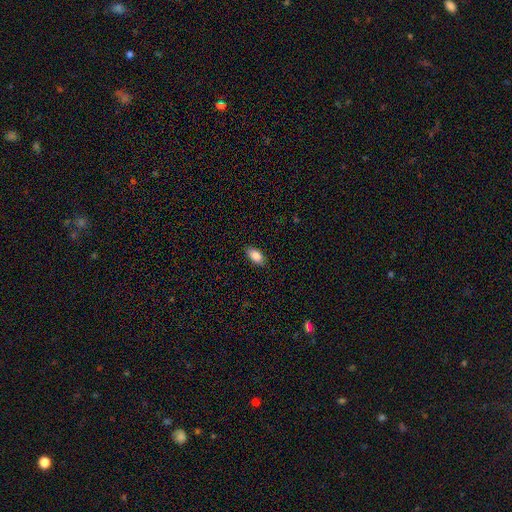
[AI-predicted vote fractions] Smooth or featured? smooth (89%)
How rounded? in between (93%)
Merging? none (87%)